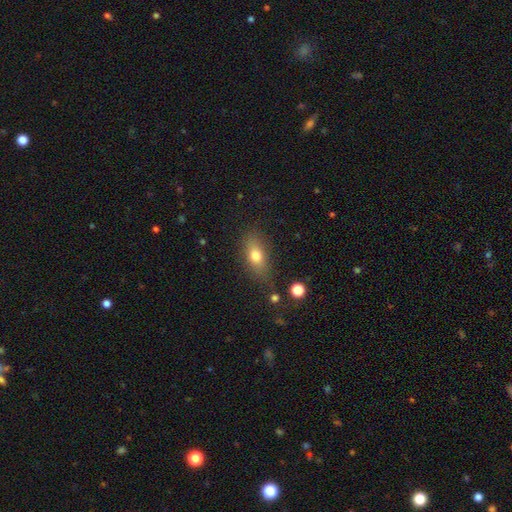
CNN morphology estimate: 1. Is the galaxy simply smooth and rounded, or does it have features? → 74% smooth, 17% featured or disk, 10% star or artifact.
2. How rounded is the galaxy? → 75% in between, 14% cigar-shaped, 11% round.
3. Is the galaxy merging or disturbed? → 72% none, 18% minor disturbance, 6% major disturbance, 3% merger.